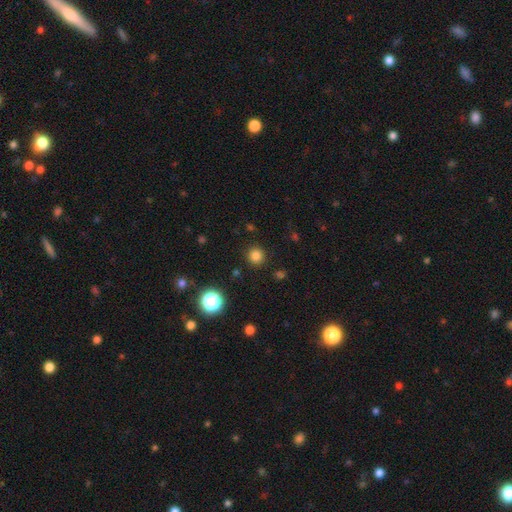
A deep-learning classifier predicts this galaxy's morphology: Smooth or featured: smooth — 81% (star or artifact — 15%)
How rounded: round — 94% (in between — 5%)
Merging: none — 91% (minor disturbance — 6%)